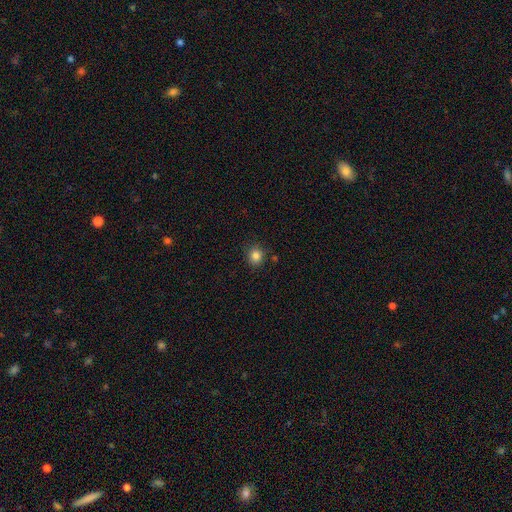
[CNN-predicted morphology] Q: Smooth or featured?
A: smooth (83%); runner-up: star or artifact (12%)
Q: How rounded?
A: round (84%); runner-up: in between (16%)
Q: Merging?
A: none (86%); runner-up: minor disturbance (9%)